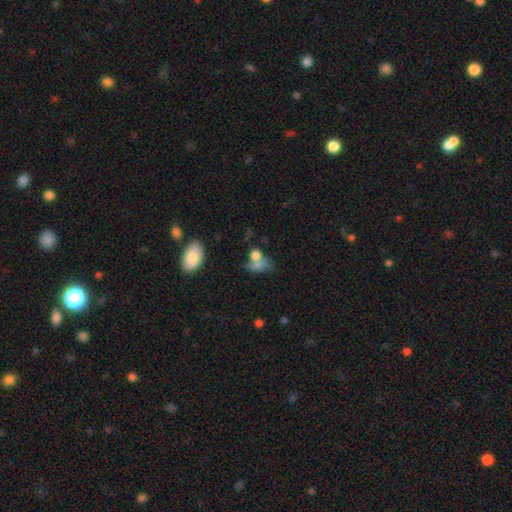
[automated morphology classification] type=smooth (72%); roundness=in between (50%); merging=merger (39%).